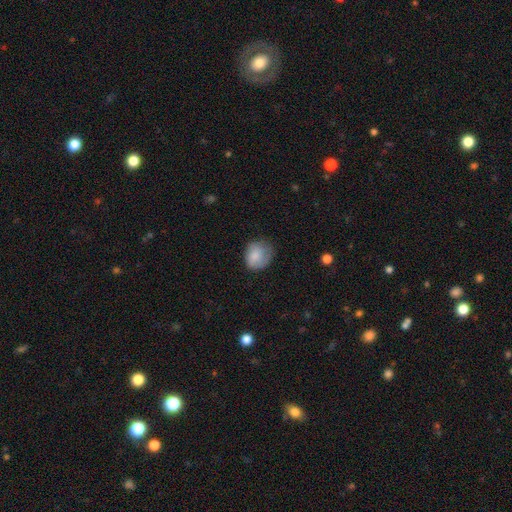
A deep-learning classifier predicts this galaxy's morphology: smooth-or-featured: smooth: 80% | featured or disk: 13% | star or artifact: 7%
  how-rounded: round: 68% | in between: 31% | cigar-shaped: 1%
  merging: none: 59% | minor disturbance: 30% | major disturbance: 10% | merger: 1%